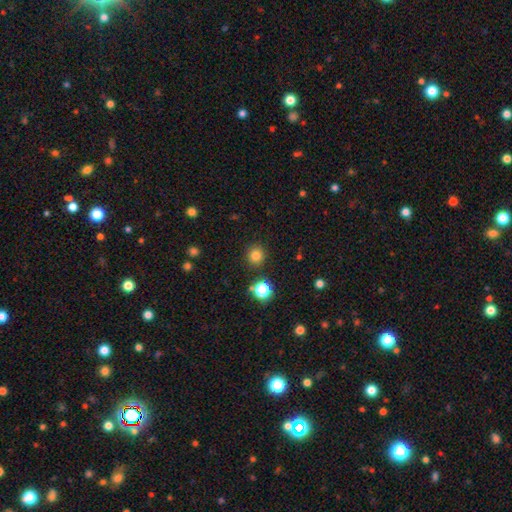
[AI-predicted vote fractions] Q: Smooth or featured?
A: smooth (80%); runner-up: star or artifact (15%)
Q: How rounded?
A: round (92%); runner-up: in between (7%)
Q: Merging?
A: none (89%); runner-up: minor disturbance (6%)